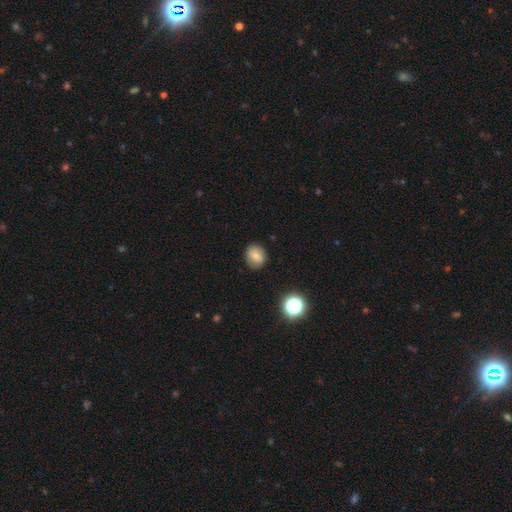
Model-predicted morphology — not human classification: A smooth galaxy with no disk features (77%) that is round (69%).

Vote fractions:
- Smooth or featured? smooth: 77% / star or artifact: 12% / featured or disk: 11%
- How rounded? round: 69% / in between: 30% / cigar-shaped: 1%
- Merging? none: 85% / minor disturbance: 12% / major disturbance: 3% / merger: 1%